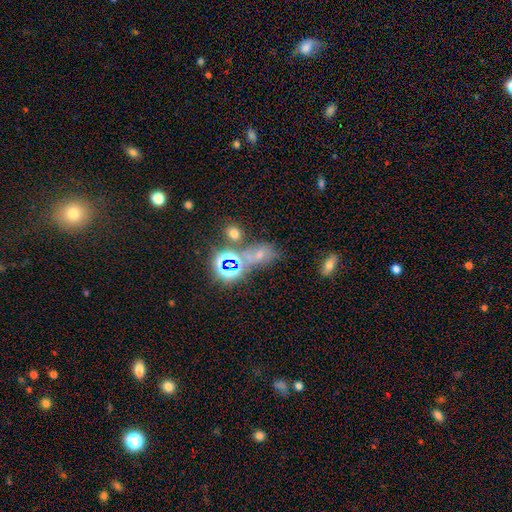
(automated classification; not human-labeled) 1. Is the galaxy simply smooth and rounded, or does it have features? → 48% star or artifact, 36% smooth, 16% featured or disk.